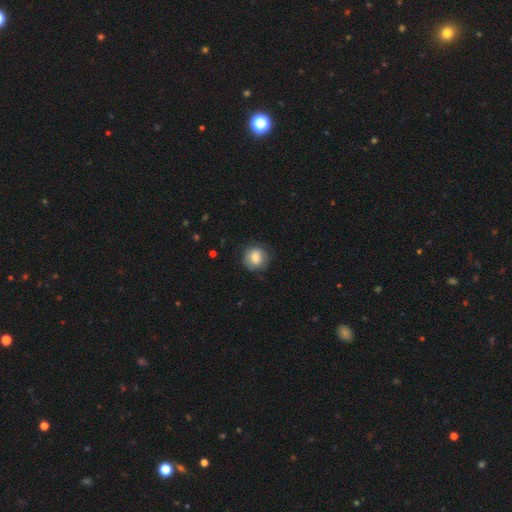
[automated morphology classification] Smooth or featured? smooth (78%)
How rounded? round (84%)
Merging? none (79%)